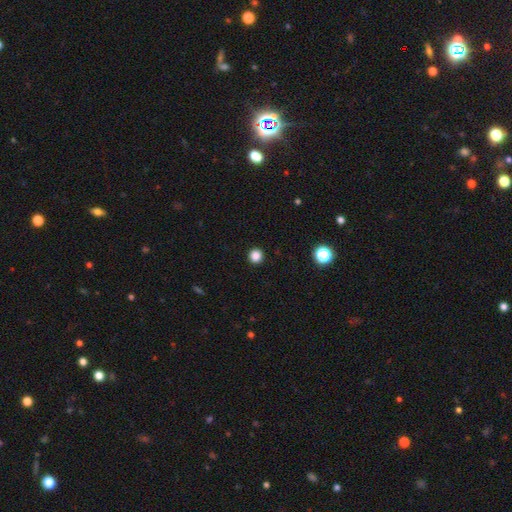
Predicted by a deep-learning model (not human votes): Smooth or featured? Predicted: smooth (p=0.85). How rounded? Predicted: round (p=0.94). Merging? Predicted: none (p=0.94).